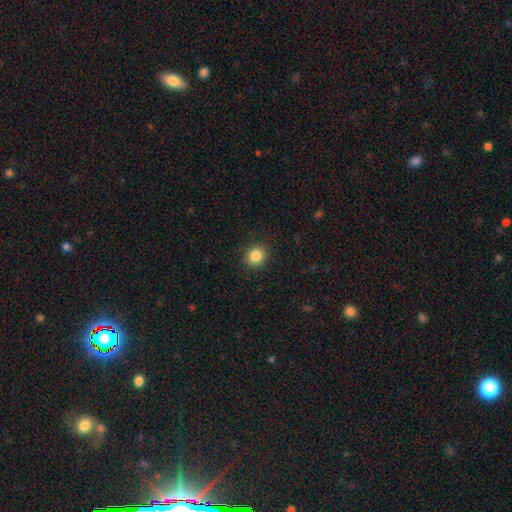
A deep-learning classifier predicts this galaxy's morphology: smooth-or-featured: smooth: 85% | star or artifact: 10% | featured or disk: 5%
  how-rounded: round: 87% | in between: 12% | cigar-shaped: 1%
  merging: none: 91% | minor disturbance: 6% | major disturbance: 2% | merger: 1%